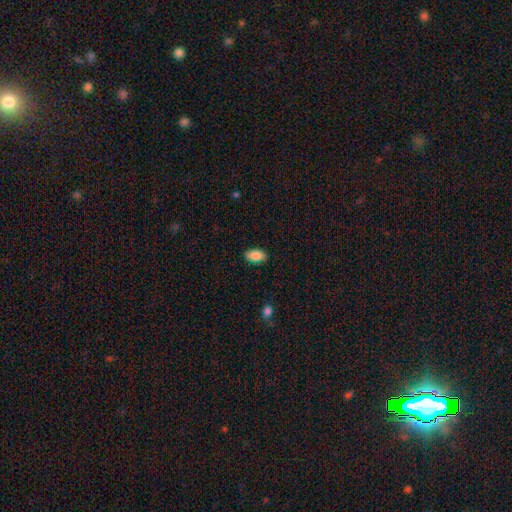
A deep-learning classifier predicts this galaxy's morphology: smooth_or_featured: smooth (p=0.87) [alt: star or artifact p=0.07]
how_rounded: in between (p=0.94) [alt: round p=0.04]
merging: none (p=0.87) [alt: minor disturbance p=0.10]